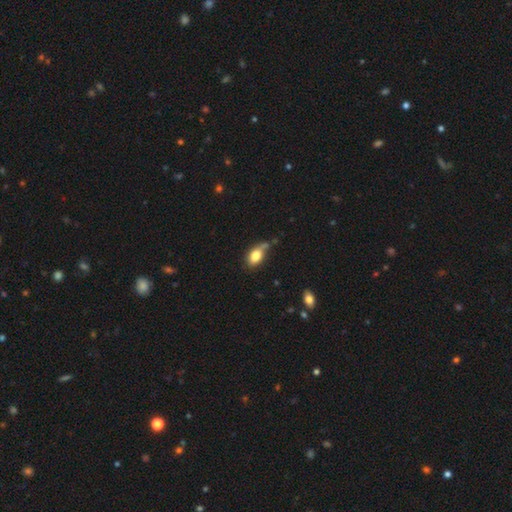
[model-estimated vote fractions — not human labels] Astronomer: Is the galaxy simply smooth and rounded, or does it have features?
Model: smooth — 80%.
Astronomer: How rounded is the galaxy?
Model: in between — 84%.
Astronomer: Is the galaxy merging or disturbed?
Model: none — 44% (runner-up: minor disturbance, 31%).